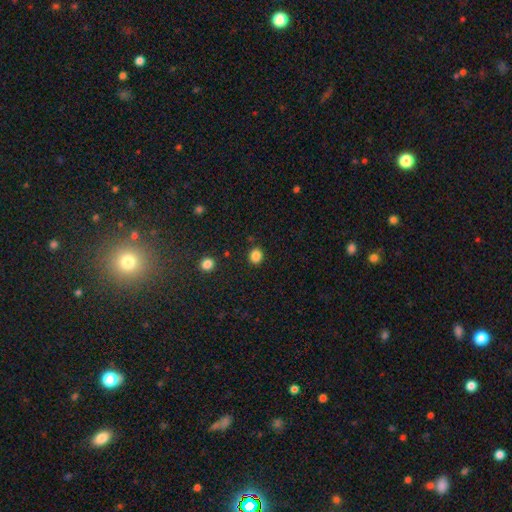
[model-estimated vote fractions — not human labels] Q: Smooth or featured?
A: smooth (86%); runner-up: star or artifact (11%)
Q: How rounded?
A: round (67%); runner-up: in between (32%)
Q: Merging?
A: none (88%); runner-up: minor disturbance (8%)